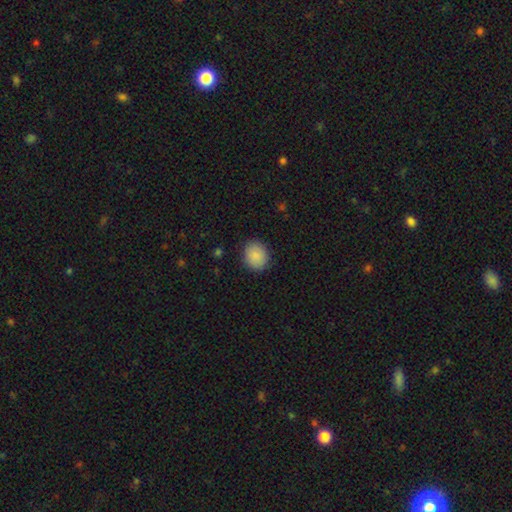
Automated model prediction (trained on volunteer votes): A smooth galaxy with no disk features (88%) that is round (71%).

Vote fractions:
- Smooth or featured? smooth: 88% / star or artifact: 8% / featured or disk: 4%
- How rounded? round: 71% / in between: 28% / cigar-shaped: 1%
- Merging? none: 88% / minor disturbance: 8% / major disturbance: 2% / merger: 1%